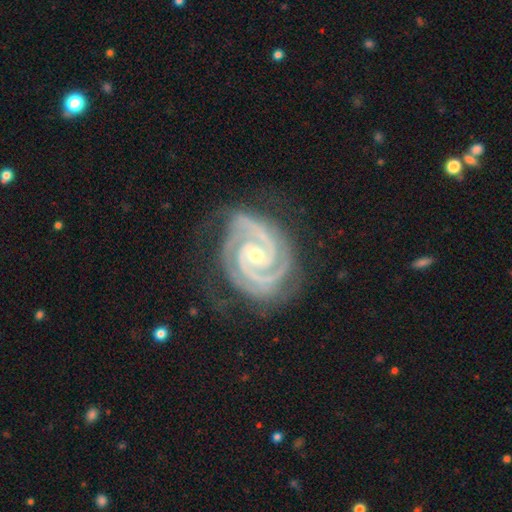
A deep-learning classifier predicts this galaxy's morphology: The model was most divided on "bulge size": small: 55%, moderate: 43%, large: 1%, none: 1%, dominant: 1%. More confident: spiral arms — yes (99%); edge-on disk — no (98%); smooth or featured — featured or disk (94%); spiral winding — tight (76%); merging — none (74%); spiral arm count — 2 (69%); bar — no (55%).